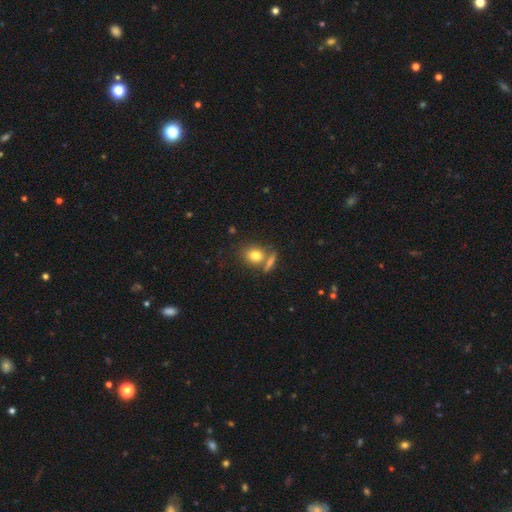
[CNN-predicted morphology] Smooth or featured?
  - smooth: 79% *
  - featured or disk: 11%
  - star or artifact: 10%
How rounded?
  - round: 60% *
  - in between: 37%
  - cigar-shaped: 3%
Merging?
  - none: 60% *
  - merger: 24%
  - minor disturbance: 11%
  - major disturbance: 5%